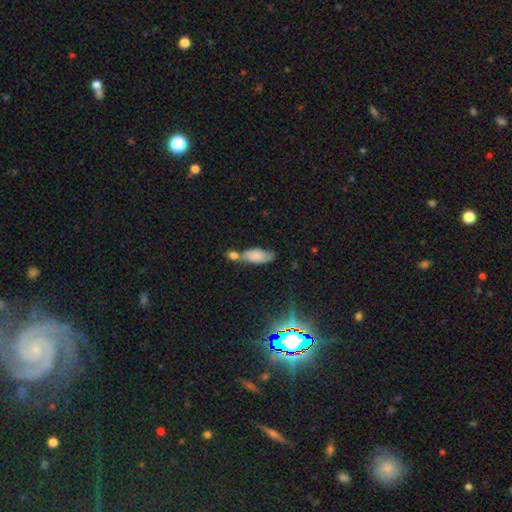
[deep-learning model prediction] smooth 71%, featured or disk 19%, star or artifact 10%. Down the decision tree: how rounded — in between (78%); merging — merger (45%).